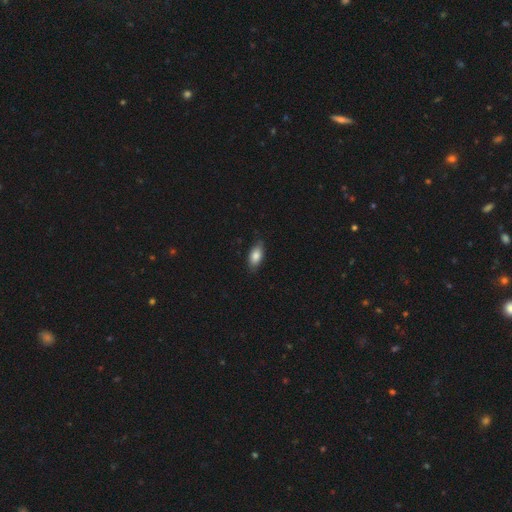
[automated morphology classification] Smooth or featured? Predicted: smooth (p=0.82). How rounded? Predicted: in between (p=0.89). Merging? Predicted: none (p=0.80).